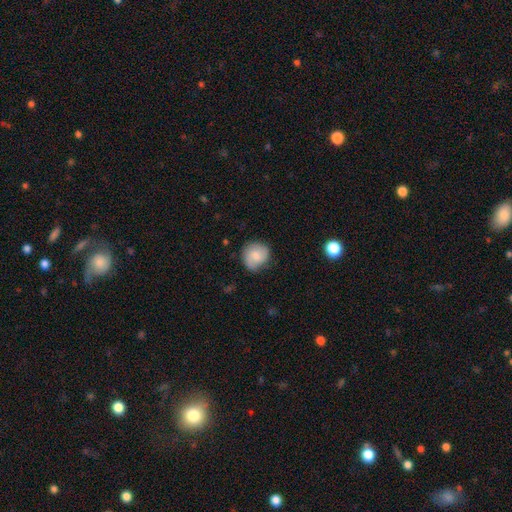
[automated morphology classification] Overall: smooth (63%; featured or disk 29%). How rounded: round (84%). Merging: none (69%).